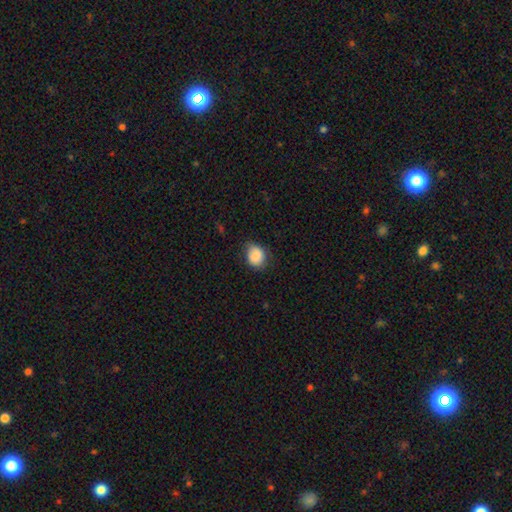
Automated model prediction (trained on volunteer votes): smooth_or_featured: smooth (p=0.85) [alt: star or artifact p=0.08]
how_rounded: round (p=0.53) [alt: in between p=0.46]
merging: none (p=0.70) [alt: minor disturbance p=0.24]